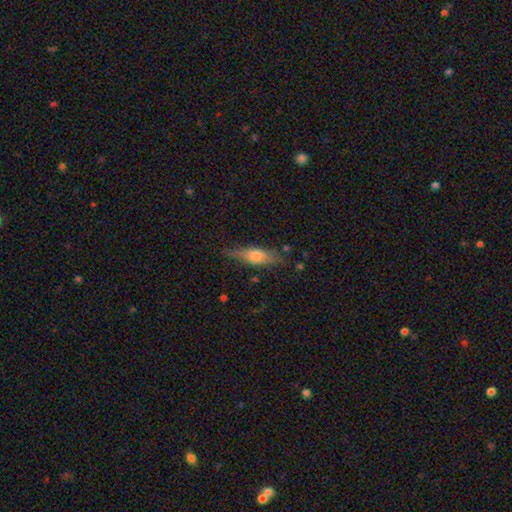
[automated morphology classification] smooth 64%, featured or disk 28%, star or artifact 8%. Down the decision tree: how rounded — in between (54%); merging — none (65%).